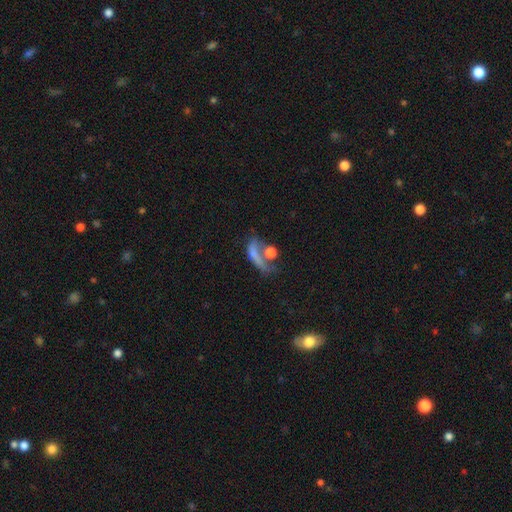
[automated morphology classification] Overall: smooth (59%; featured or disk 28%). How rounded: in between (48%; cigar-shaped 30%). Merging: merger (32%; none 29%).